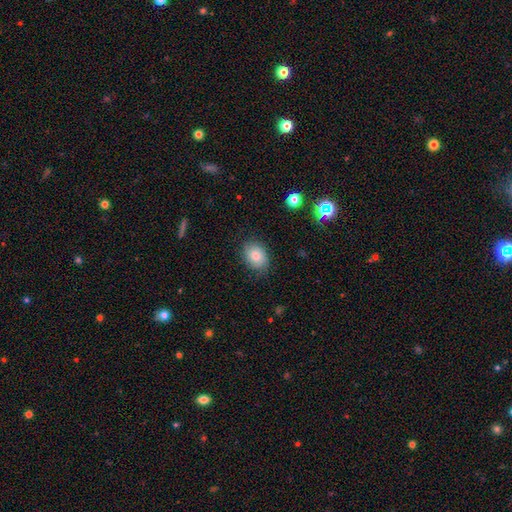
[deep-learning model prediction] A smooth galaxy with no disk features (76%) that is in between round and cigar-shaped (61%). Merging: none (80%).